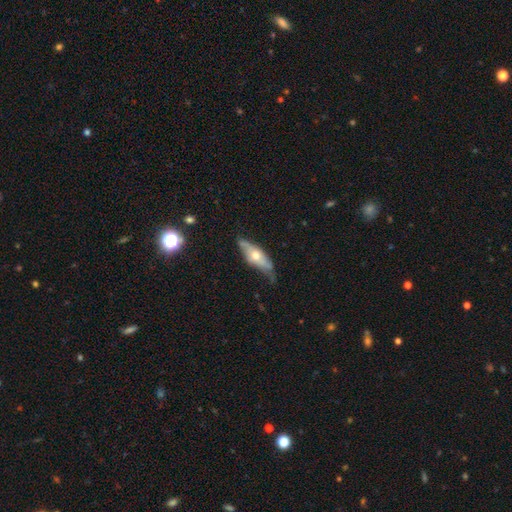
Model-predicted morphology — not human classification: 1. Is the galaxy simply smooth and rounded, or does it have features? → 54% featured or disk, 40% smooth, 6% star or artifact.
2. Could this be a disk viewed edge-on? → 56% yes, 44% no.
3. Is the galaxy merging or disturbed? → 61% none, 29% minor disturbance, 8% major disturbance, 2% merger.